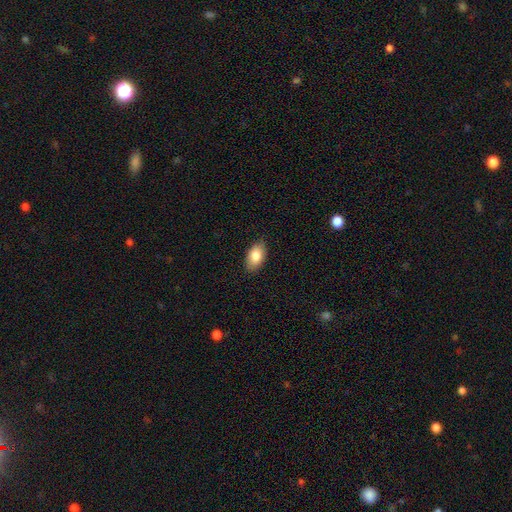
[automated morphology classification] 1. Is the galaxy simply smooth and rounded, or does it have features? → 83% smooth, 10% featured or disk, 7% star or artifact.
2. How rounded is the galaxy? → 92% in between, 6% round, 2% cigar-shaped.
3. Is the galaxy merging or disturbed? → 85% none, 12% minor disturbance, 2% major disturbance, 1% merger.